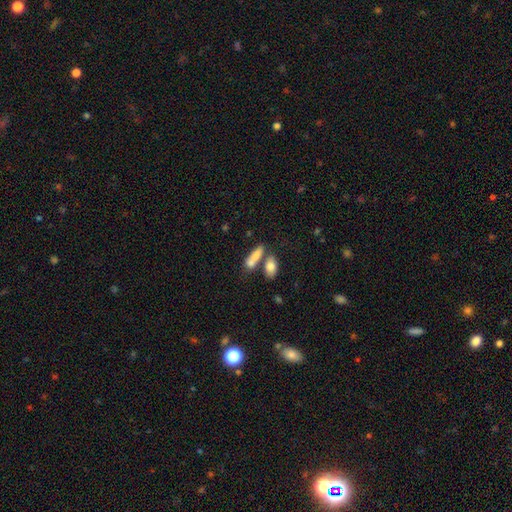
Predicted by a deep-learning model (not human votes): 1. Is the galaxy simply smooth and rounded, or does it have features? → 78% smooth, 14% featured or disk, 8% star or artifact.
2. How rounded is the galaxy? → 62% in between, 32% cigar-shaped, 6% round.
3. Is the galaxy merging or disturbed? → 42% none, 41% merger, 11% minor disturbance, 5% major disturbance.